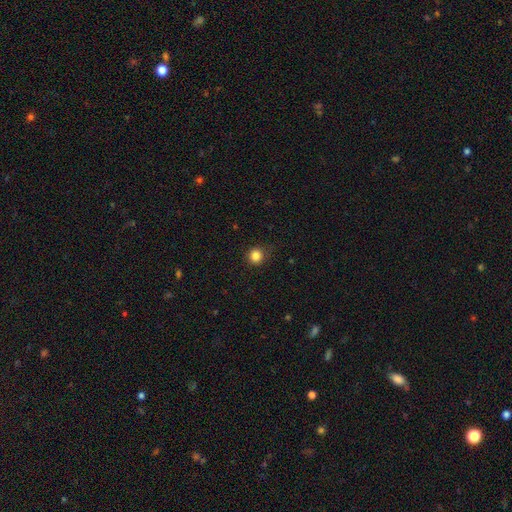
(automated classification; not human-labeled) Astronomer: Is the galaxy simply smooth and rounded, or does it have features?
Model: smooth — 84%.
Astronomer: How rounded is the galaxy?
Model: round — 90%.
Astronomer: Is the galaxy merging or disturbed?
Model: none — 82%.